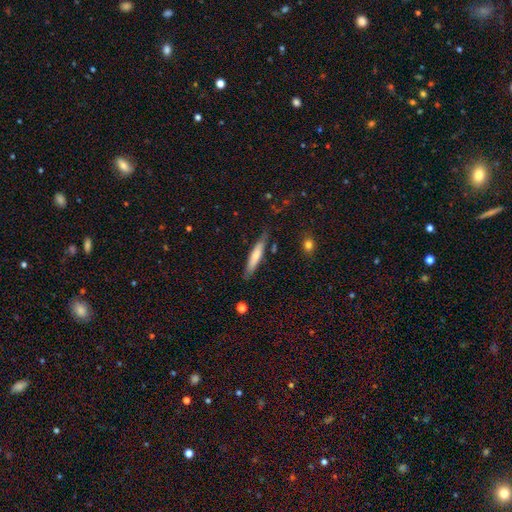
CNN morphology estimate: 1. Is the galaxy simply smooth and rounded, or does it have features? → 65% smooth, 29% featured or disk, 6% star or artifact.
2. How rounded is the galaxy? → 89% cigar-shaped, 10% in between, 1% round.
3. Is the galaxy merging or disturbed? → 80% none, 15% minor disturbance, 3% major disturbance, 2% merger.